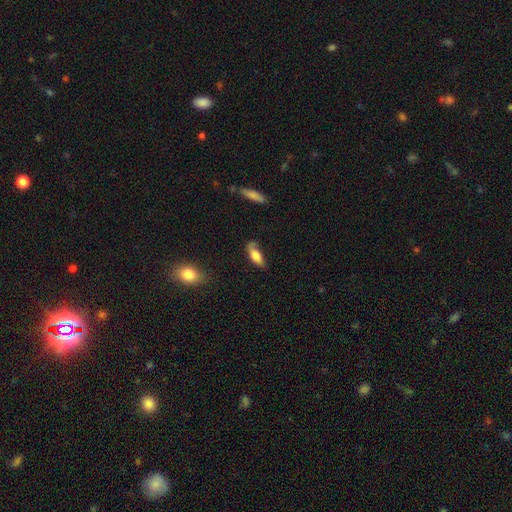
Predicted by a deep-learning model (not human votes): A smooth galaxy with no disk features (75%) that is in between round and cigar-shaped (75%). Merging: none (48%).